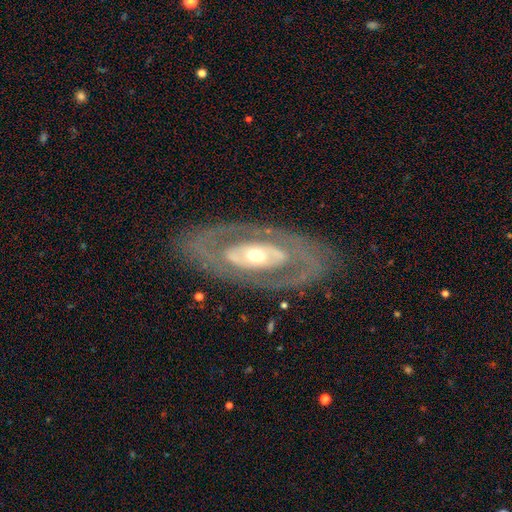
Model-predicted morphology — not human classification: featured or disk 76%, smooth 20%, star or artifact 5%. Down the decision tree: edge-on disk — no (89%); bar — no (75%); spiral arms — no (67%); bulge size — moderate (67%); merging — none (79%).